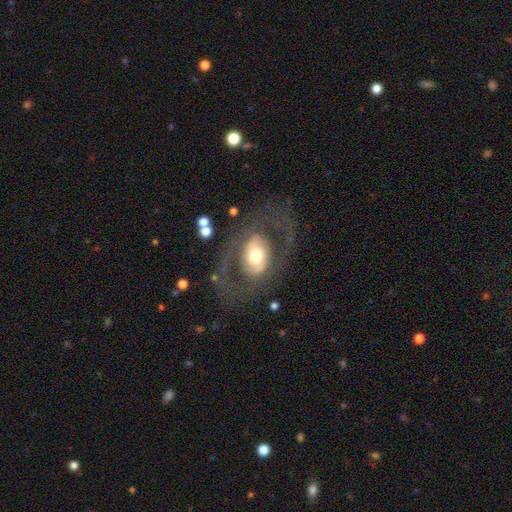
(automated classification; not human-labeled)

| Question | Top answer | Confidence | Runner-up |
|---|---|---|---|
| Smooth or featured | featured or disk | 62% | smooth (31%) |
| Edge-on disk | no | 92% | yes (8%) |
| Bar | no | 55% | weak (25%) |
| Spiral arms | no | 61% | yes (39%) |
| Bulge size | moderate | 62% | large (23%) |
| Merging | none | 66% | major disturbance (18%) |